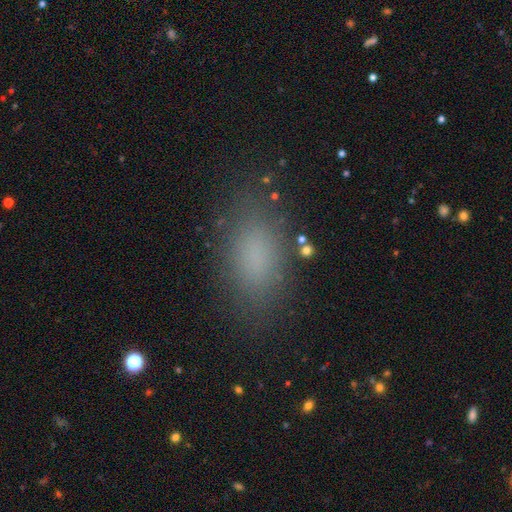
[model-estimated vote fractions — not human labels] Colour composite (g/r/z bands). It shows a smooth galaxy with no disk features (81%) that is in between round and cigar-shaped (89%). Merging: none (84%).